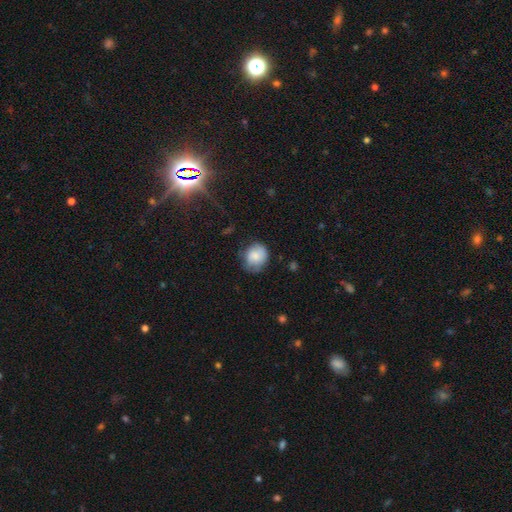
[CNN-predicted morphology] Smooth or featured? Predicted: smooth (p=0.79). How rounded? Predicted: round (p=0.66). Merging? Predicted: none (p=0.62).